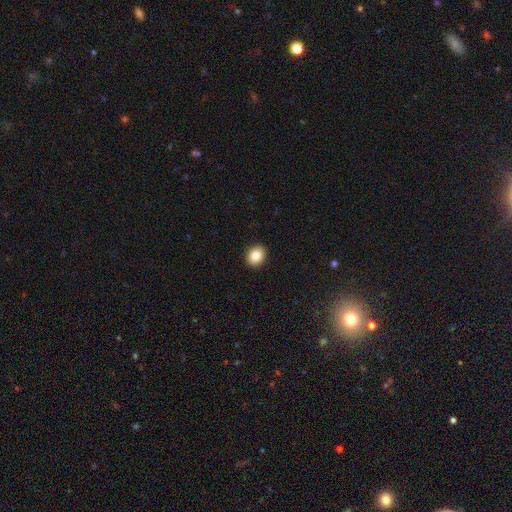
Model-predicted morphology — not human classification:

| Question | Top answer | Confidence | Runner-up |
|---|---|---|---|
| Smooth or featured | smooth | 86% | star or artifact (9%) |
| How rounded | round | 56% | in between (43%) |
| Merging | none | 92% | minor disturbance (6%) |